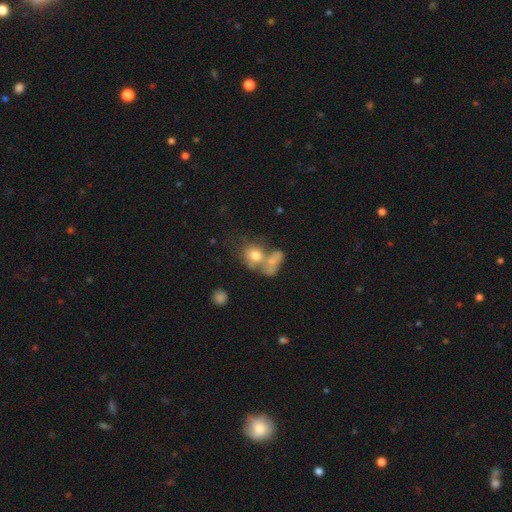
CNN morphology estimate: type=smooth (71%); roundness=round (53%); merging=merger (51%).